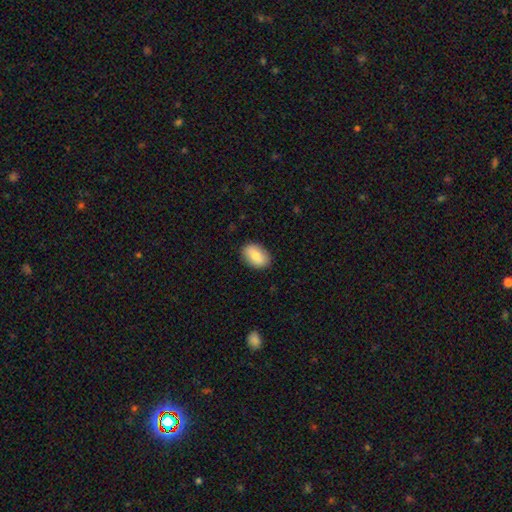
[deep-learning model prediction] The model was most divided on "smooth or featured": smooth: 82%, featured or disk: 11%, star or artifact: 7%. More confident: how rounded — in between (88%); merging — none (87%).